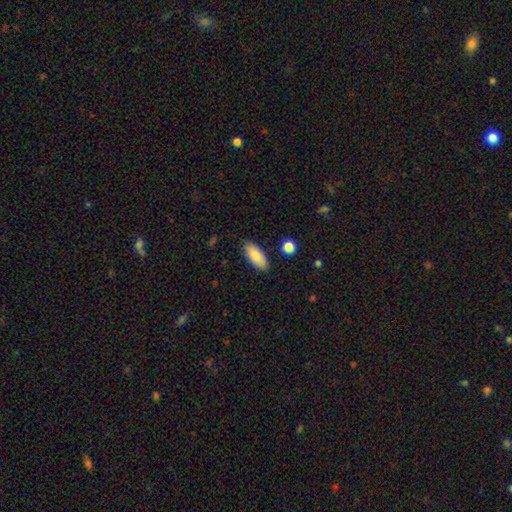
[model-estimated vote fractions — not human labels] Smooth or featured?
  - smooth: 83% *
  - featured or disk: 11%
  - star or artifact: 6%
How rounded?
  - in between: 87% *
  - cigar-shaped: 11%
  - round: 2%
Merging?
  - none: 87% *
  - minor disturbance: 10%
  - major disturbance: 2%
  - merger: 2%